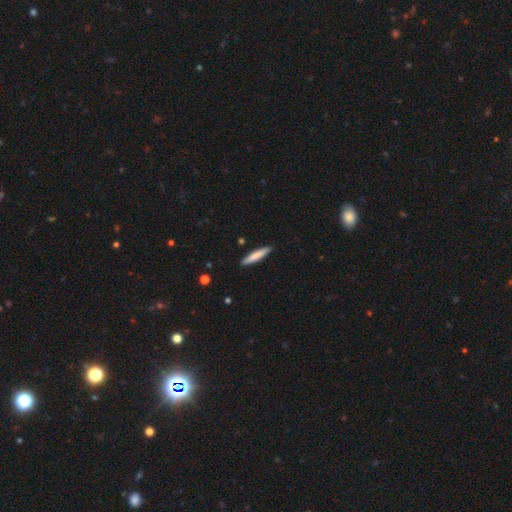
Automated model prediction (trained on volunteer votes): smooth_or_featured: smooth (p=0.79) [alt: featured or disk p=0.16]
how_rounded: cigar-shaped (p=0.90) [alt: in between p=0.09]
merging: none (p=0.90) [alt: minor disturbance p=0.08]